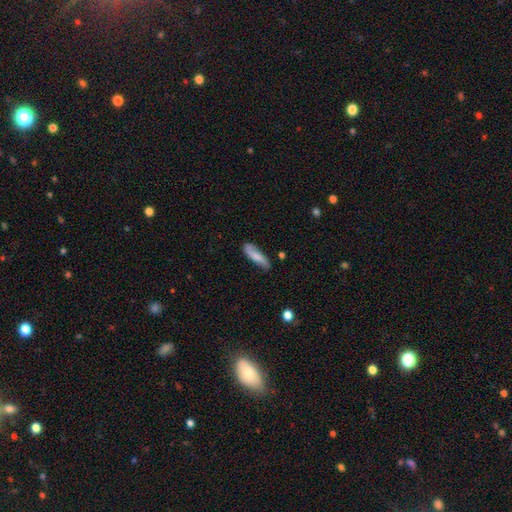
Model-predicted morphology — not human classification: Overall: smooth (66%; featured or disk 27%). How rounded: cigar-shaped (63%; in between 35%). Merging: none (68%).